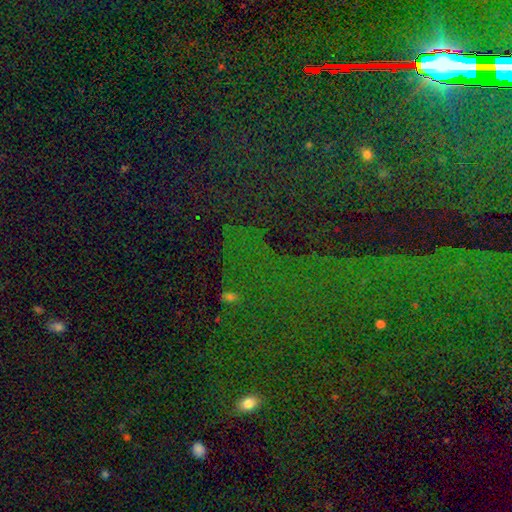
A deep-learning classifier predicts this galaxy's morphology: A star or artifact, not a galaxy (83%).

Vote fractions:
- Smooth or featured? star or artifact: 83% / smooth: 9% / featured or disk: 8%